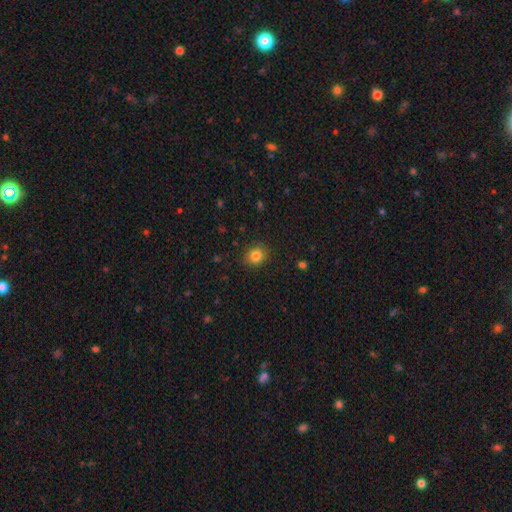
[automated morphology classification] smooth 84%, star or artifact 11%, featured or disk 5%. Down the decision tree: how rounded — round (77%); merging — none (87%).